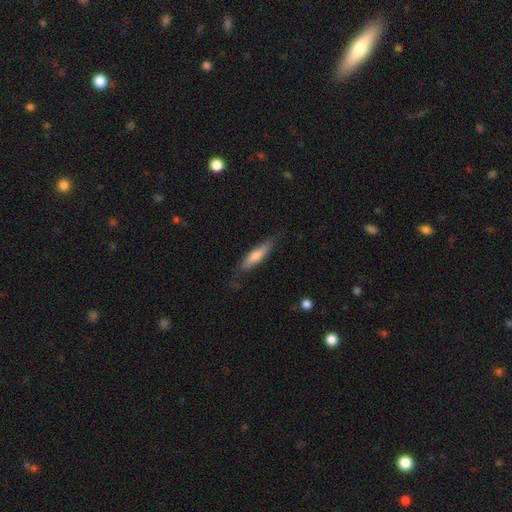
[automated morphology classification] smooth-or-featured: smooth: 61% | featured or disk: 33% | star or artifact: 6%
  how-rounded: cigar-shaped: 77% | in between: 21% | round: 2%
  merging: none: 75% | minor disturbance: 19% | major disturbance: 5% | merger: 1%